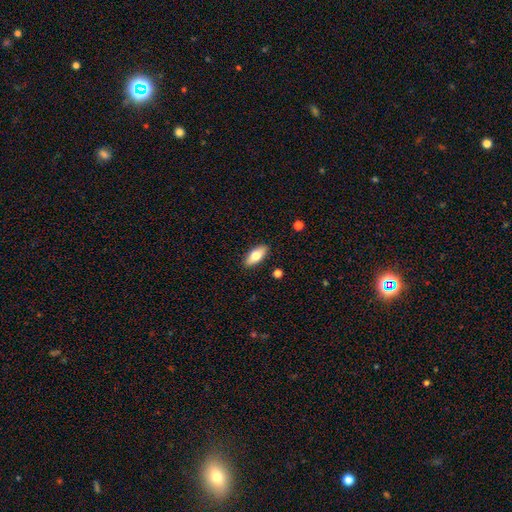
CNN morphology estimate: smooth-or-featured: smooth: 74% | featured or disk: 19% | star or artifact: 6%
  how-rounded: in between: 84% | cigar-shaped: 13% | round: 3%
  merging: none: 89% | minor disturbance: 8% | major disturbance: 2% | merger: 1%